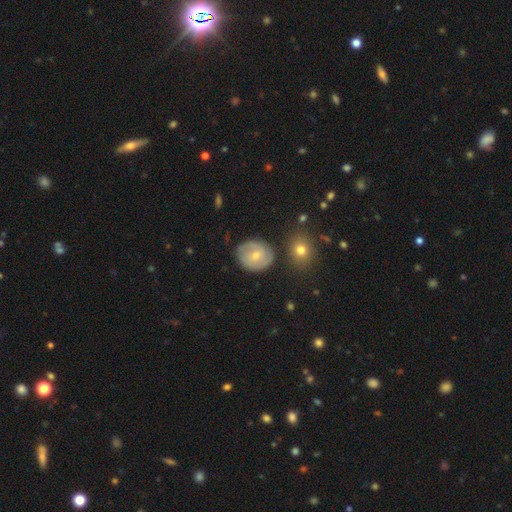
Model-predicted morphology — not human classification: A smooth galaxy with no disk features (48%).

Vote fractions:
- Smooth or featured? smooth: 48% / featured or disk: 45% / star or artifact: 7%
- Merging? none: 73% / minor disturbance: 18% / merger: 5% / major disturbance: 5%